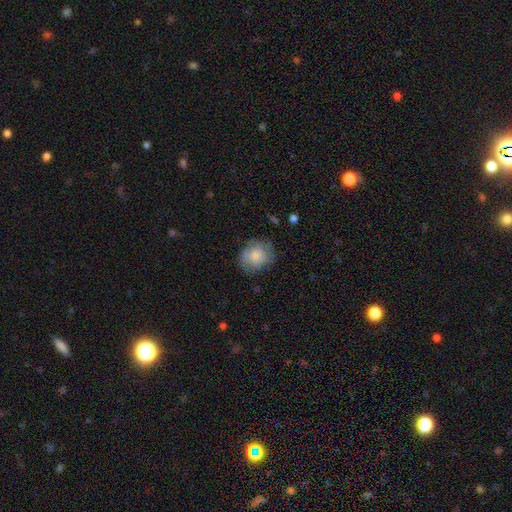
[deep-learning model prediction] A smooth galaxy with no disk features (75%) that is round (73%).

Vote fractions:
- Smooth or featured? smooth: 75% / featured or disk: 17% / star or artifact: 7%
- How rounded? round: 73% / in between: 26% / cigar-shaped: 1%
- Merging? none: 67% / minor disturbance: 24% / major disturbance: 8% / merger: 1%